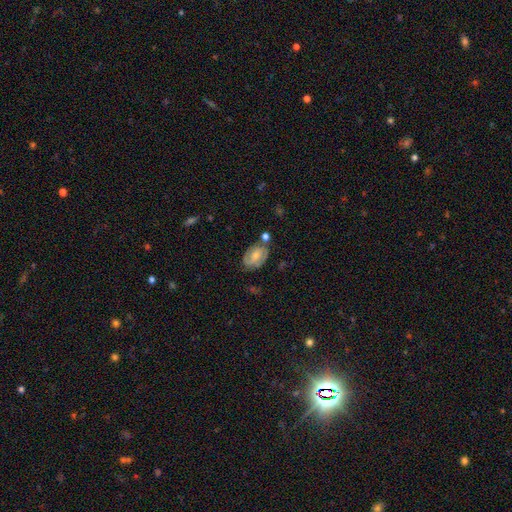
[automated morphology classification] Smooth or featured: featured or disk — 52% (smooth — 40%)
Edge-on disk: no — 96% (yes — 4%)
Bar: no — 60% (weak — 33%)
Spiral arms: yes — 79% (no — 21%)
Bulge size: small — 48% (moderate — 42%)
Merging: none — 64% (minor disturbance — 20%)